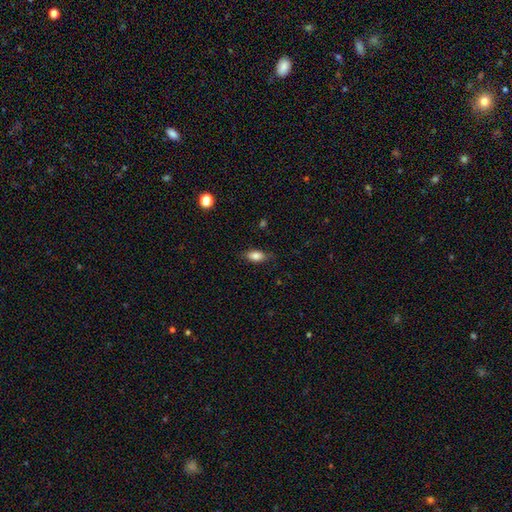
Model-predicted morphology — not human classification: This is clearly a smooth galaxy (81%). How rounded: clearly in between (86%). Merging: likely none (78%).